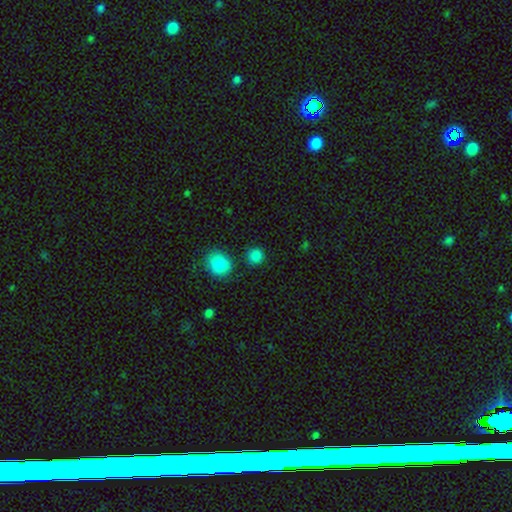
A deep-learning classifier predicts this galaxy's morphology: Q: Smooth or featured?
A: smooth (85%); runner-up: star or artifact (11%)
Q: How rounded?
A: round (89%); runner-up: in between (10%)
Q: Merging?
A: none (82%); runner-up: minor disturbance (9%)